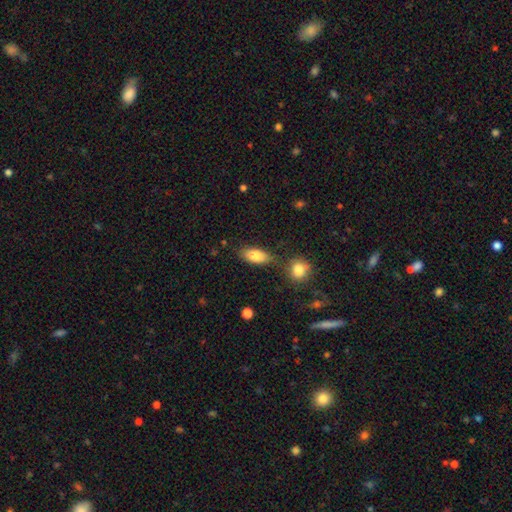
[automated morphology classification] Smooth or featured? Predicted: smooth (p=0.81). How rounded? Predicted: in between (p=0.87). Merging? Predicted: none (p=0.74).